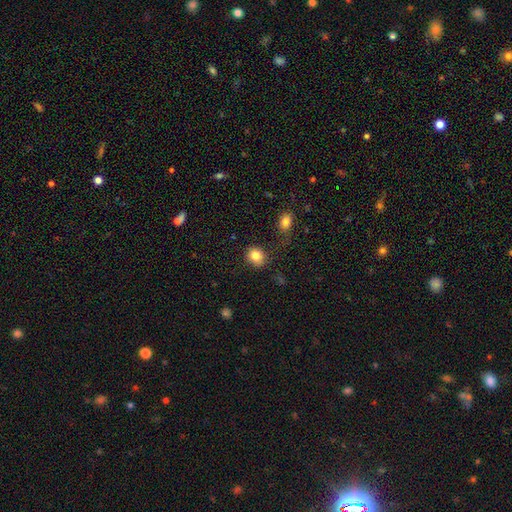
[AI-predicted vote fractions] The model was most divided on "how rounded": round: 74%, in between: 25%, cigar-shaped: 1%. More confident: smooth or featured — smooth (84%); merging — none (80%).